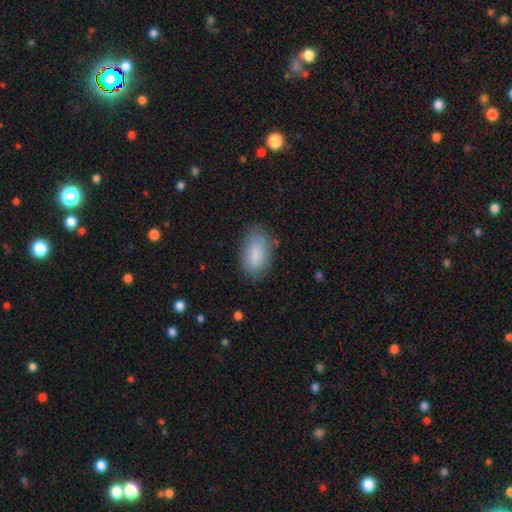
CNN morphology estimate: Overall: smooth (85%). How rounded: in between (93%). Merging: none (75%).